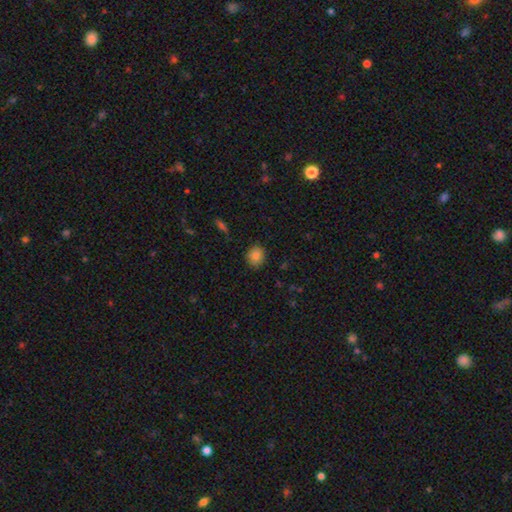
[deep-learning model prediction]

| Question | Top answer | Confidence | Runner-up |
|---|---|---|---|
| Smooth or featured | smooth | 81% | star or artifact (10%) |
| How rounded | round | 77% | in between (22%) |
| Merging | none | 86% | minor disturbance (11%) |